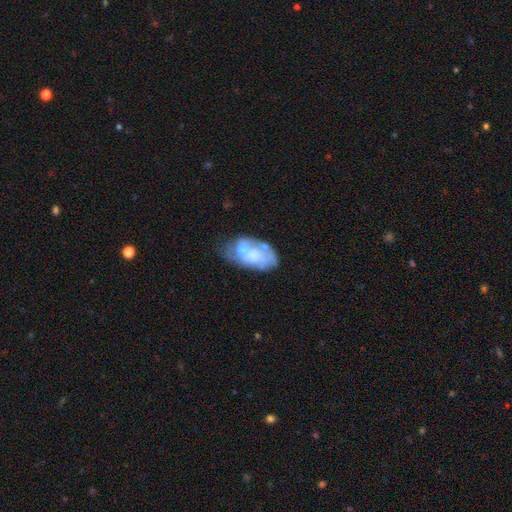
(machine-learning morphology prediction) The model was most divided on "merging": none: 31%, merger: 28%, minor disturbance: 22%, major disturbance: 19%. More confident: edge-on disk — no (97%); smooth or featured — featured or disk (52%).